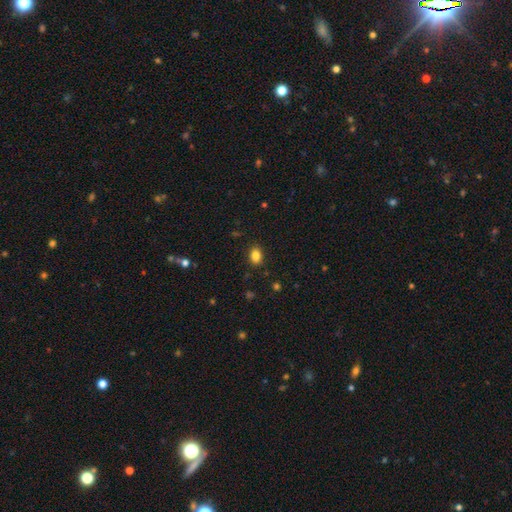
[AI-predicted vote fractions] This is clearly a smooth galaxy (85%). How rounded: likely in between (75%). Merging: clearly none (88%).